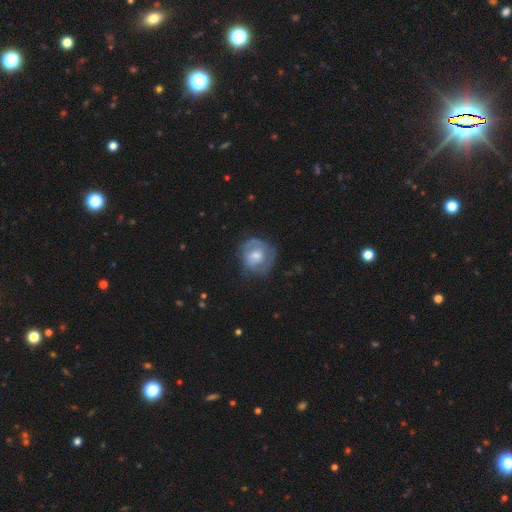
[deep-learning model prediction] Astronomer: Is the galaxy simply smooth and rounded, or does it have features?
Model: featured or disk — 47% (runner-up: smooth, 46%).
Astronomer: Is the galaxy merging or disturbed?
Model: none — 61%.